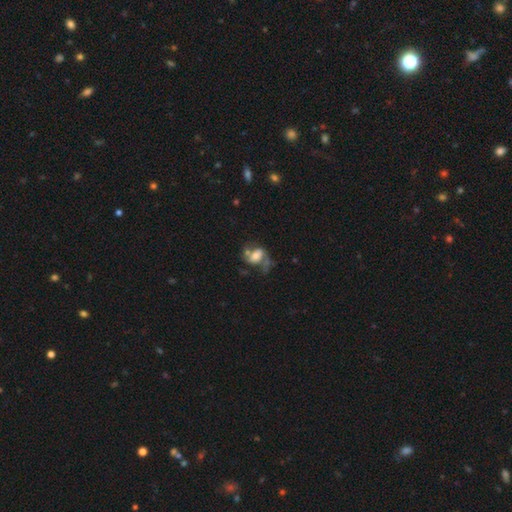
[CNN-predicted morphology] Smooth or featured? featured or disk (55%)
Edge-on disk? no (96%)
Bar? no (46%)
Spiral arms? yes (67%)
Bulge size? moderate (50%)
Merging? none (32%)